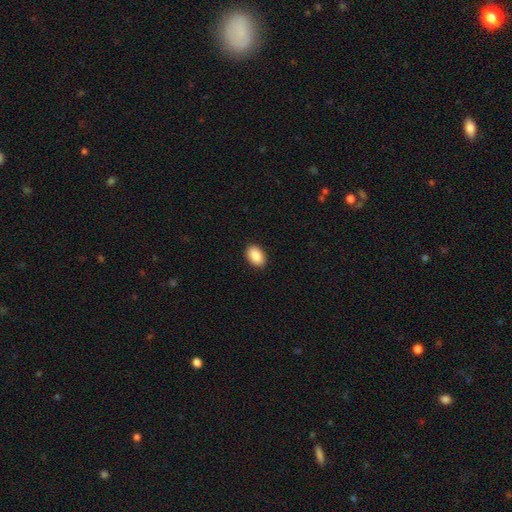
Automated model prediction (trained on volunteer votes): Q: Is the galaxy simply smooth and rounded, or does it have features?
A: smooth — 89%.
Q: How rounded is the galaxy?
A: in between — 89%.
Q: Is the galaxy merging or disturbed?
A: none — 90%.